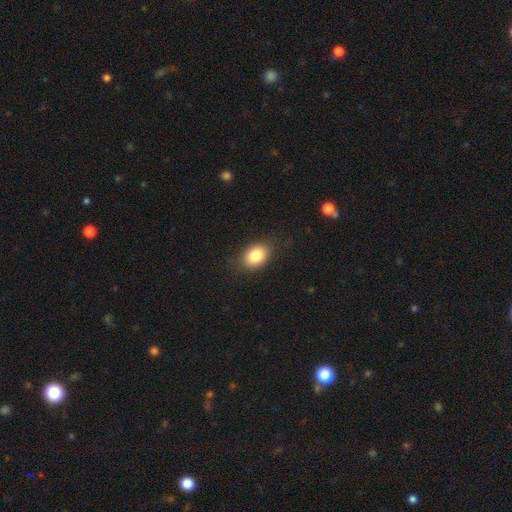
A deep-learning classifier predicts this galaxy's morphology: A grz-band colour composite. It shows a smooth galaxy with no disk features (84%) that is in between round and cigar-shaped (76%). Merging: none (84%).